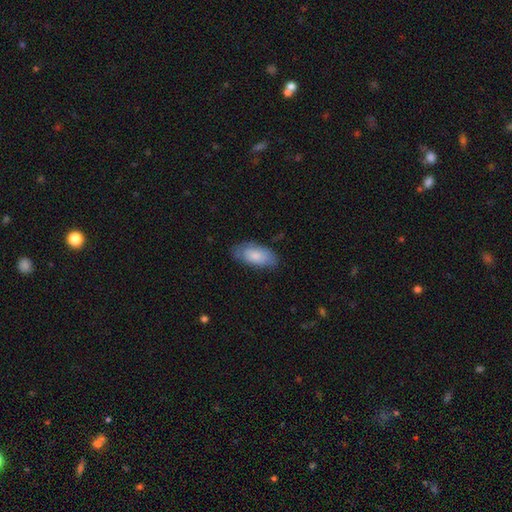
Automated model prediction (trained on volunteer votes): This appears to be a smooth galaxy with no disk features (77%) that is in between round and cigar-shaped (92%). Merging: none (69%).